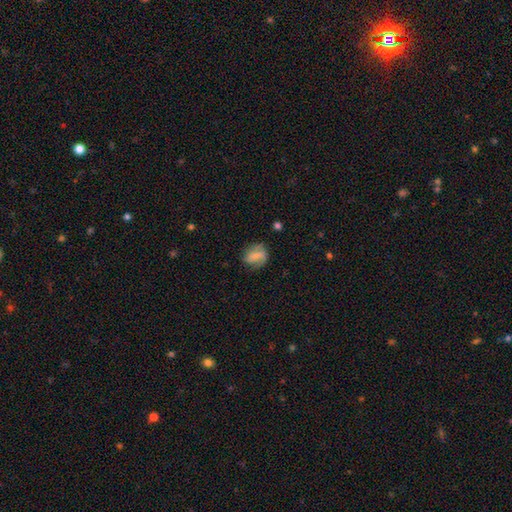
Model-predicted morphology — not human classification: smooth-or-featured: smooth: 57% | featured or disk: 34% | star or artifact: 9%
  how-rounded: round: 51% | in between: 47% | cigar-shaped: 2%
  merging: none: 60% | minor disturbance: 25% | major disturbance: 13% | merger: 2%